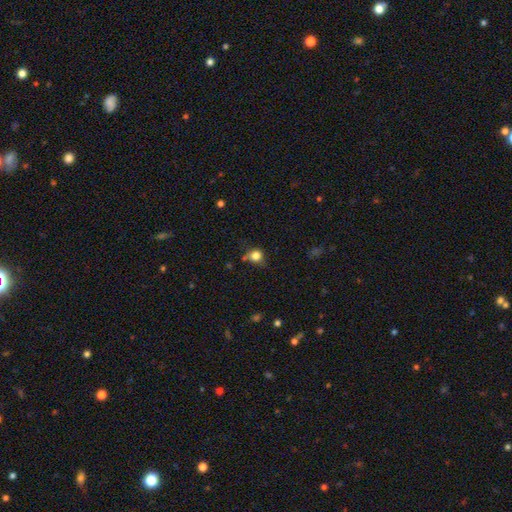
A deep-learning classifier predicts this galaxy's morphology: This is clearly a smooth galaxy (80%). How rounded: clearly round (84%). Merging: likely none (63%).